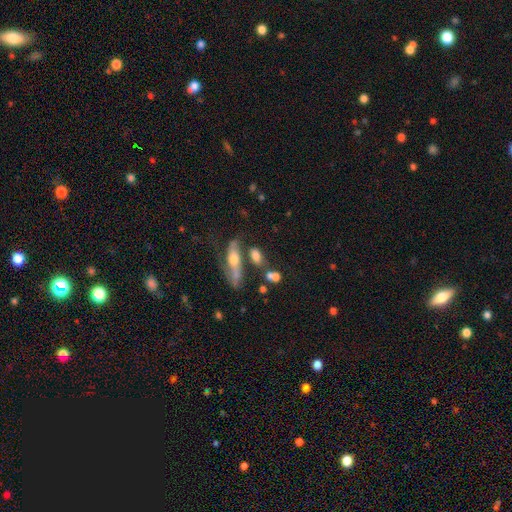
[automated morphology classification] Smooth or featured: smooth — 64% (featured or disk — 25%)
How rounded: in between — 58% (cigar-shaped — 31%)
Merging: none — 49% (merger — 24%)